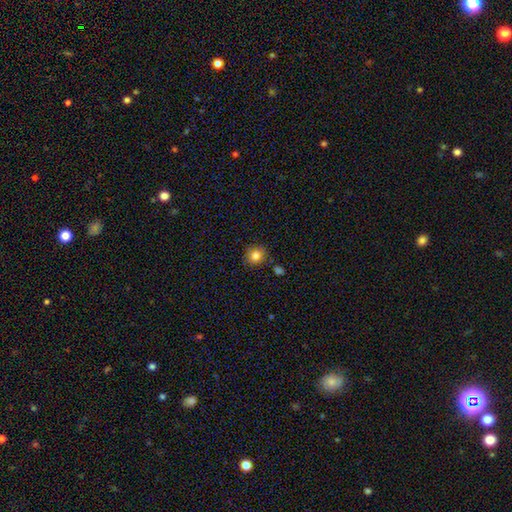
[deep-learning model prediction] Q: Smooth or featured?
A: smooth (82%); runner-up: star or artifact (11%)
Q: How rounded?
A: round (83%); runner-up: in between (16%)
Q: Merging?
A: none (83%); runner-up: minor disturbance (11%)